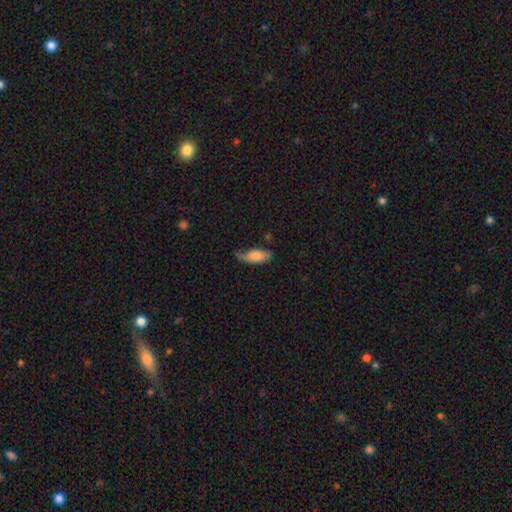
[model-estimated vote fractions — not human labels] A smooth galaxy with no disk features (72%) that is in between round and cigar-shaped (80%). Merging: none (39%, tied with minor disturbance).